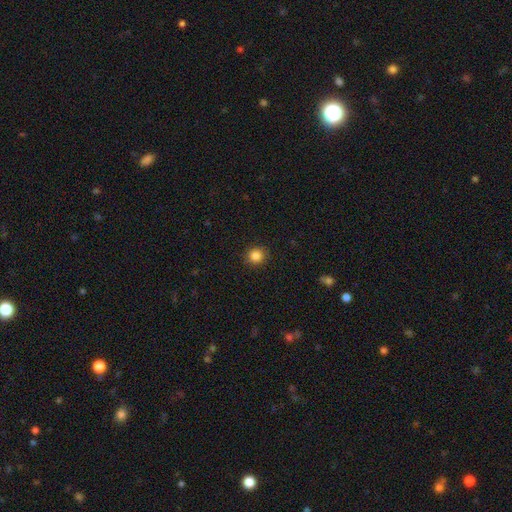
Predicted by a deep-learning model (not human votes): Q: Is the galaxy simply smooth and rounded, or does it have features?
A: smooth — 85%.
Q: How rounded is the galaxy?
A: round — 92%.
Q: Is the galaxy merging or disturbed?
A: none — 90%.